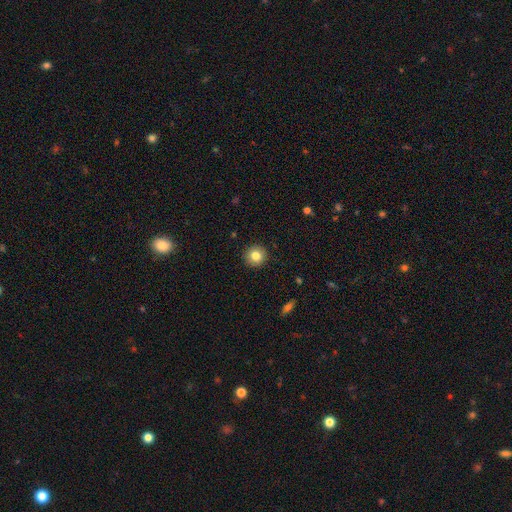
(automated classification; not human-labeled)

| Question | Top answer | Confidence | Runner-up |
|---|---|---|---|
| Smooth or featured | smooth | 82% | star or artifact (10%) |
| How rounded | round | 94% | in between (5%) |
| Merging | none | 92% | minor disturbance (5%) |